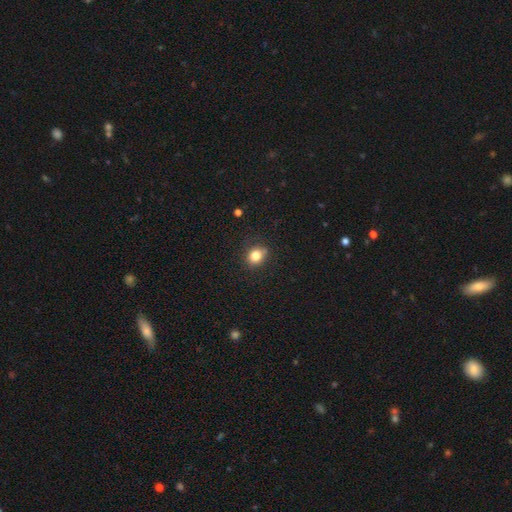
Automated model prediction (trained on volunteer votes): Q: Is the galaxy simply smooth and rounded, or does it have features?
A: smooth — 82%.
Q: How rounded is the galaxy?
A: round — 59%.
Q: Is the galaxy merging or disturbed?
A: none — 82%.